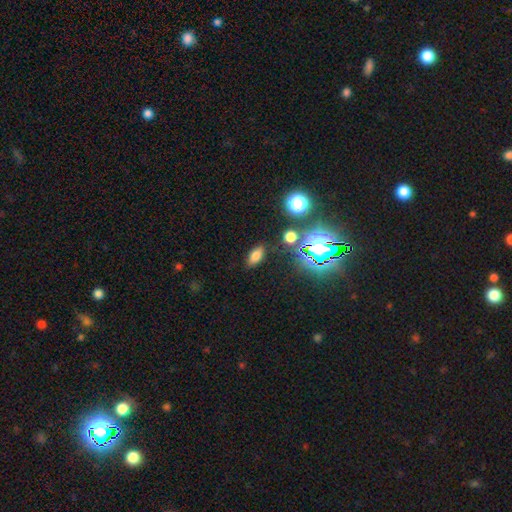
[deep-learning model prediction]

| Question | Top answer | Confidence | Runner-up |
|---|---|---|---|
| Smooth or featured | smooth | 70% | star or artifact (20%) |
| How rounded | in between | 85% | round (8%) |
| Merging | none | 84% | minor disturbance (10%) |